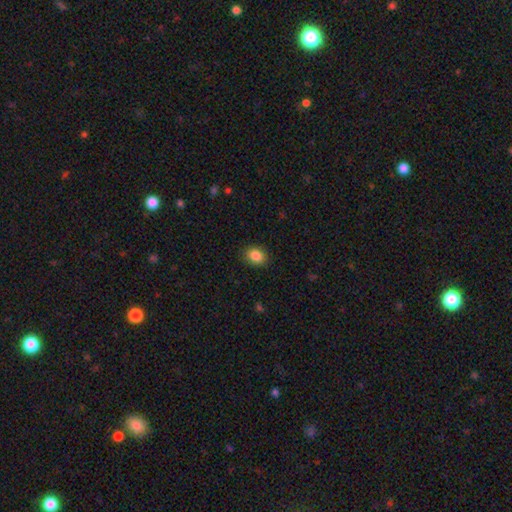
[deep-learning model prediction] This is clearly a smooth galaxy (86%). How rounded: possibly in between (60%). Merging: clearly none (88%).